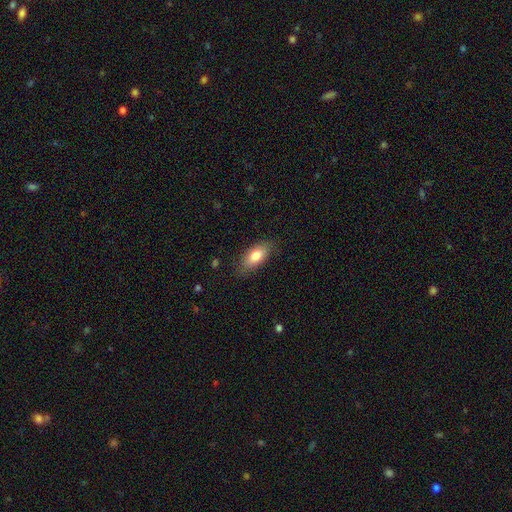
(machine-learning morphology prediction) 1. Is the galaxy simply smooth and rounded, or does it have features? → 81% smooth, 12% featured or disk, 7% star or artifact.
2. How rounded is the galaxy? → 83% in between, 14% cigar-shaped, 3% round.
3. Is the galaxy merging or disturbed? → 81% none, 14% minor disturbance, 4% major disturbance, 1% merger.